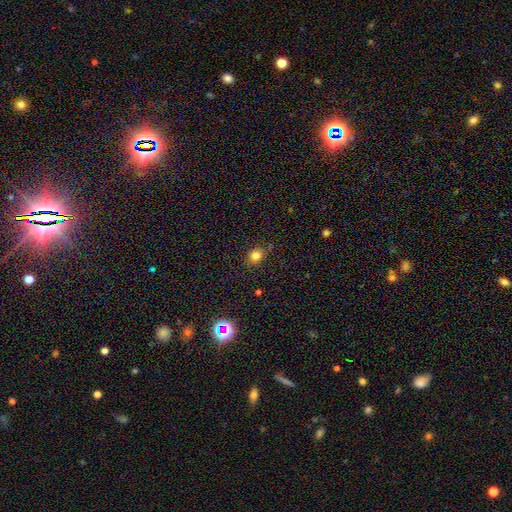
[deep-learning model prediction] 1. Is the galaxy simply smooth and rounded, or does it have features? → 80% smooth, 14% star or artifact, 6% featured or disk.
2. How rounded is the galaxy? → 65% round, 34% in between, 1% cigar-shaped.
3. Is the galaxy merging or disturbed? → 82% none, 13% minor disturbance, 3% major disturbance, 2% merger.